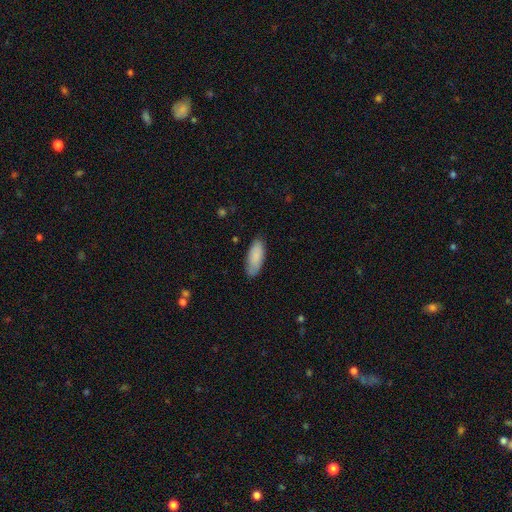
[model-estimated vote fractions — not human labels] A smooth galaxy with no disk features (86%) that is in between round and cigar-shaped (74%).

Vote fractions:
- Smooth or featured? smooth: 86% / featured or disk: 8% / star or artifact: 6%
- How rounded? in between: 74% / cigar-shaped: 24% / round: 2%
- Merging? none: 80% / minor disturbance: 16% / major disturbance: 3% / merger: 1%